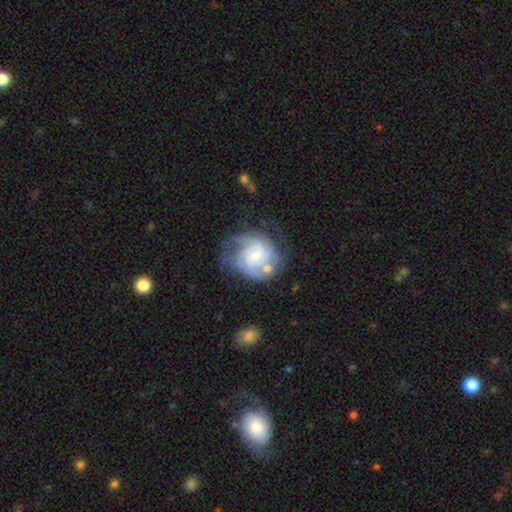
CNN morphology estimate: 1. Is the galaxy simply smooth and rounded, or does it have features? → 76% featured or disk, 18% smooth, 6% star or artifact.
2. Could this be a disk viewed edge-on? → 98% no, 2% yes.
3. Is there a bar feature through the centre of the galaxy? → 65% no, 31% weak, 4% strong.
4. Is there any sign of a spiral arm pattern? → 89% yes, 11% no.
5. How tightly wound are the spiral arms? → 52% tight, 36% medium, 12% loose.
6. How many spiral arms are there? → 34% can't tell, 32% 2, 19% 3, 6% 4, 5% 1, 4% more than 4.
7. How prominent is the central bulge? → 56% small, 36% moderate, 4% large, 3% none, 1% dominant.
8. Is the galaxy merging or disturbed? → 50% none, 24% minor disturbance, 18% major disturbance, 8% merger.